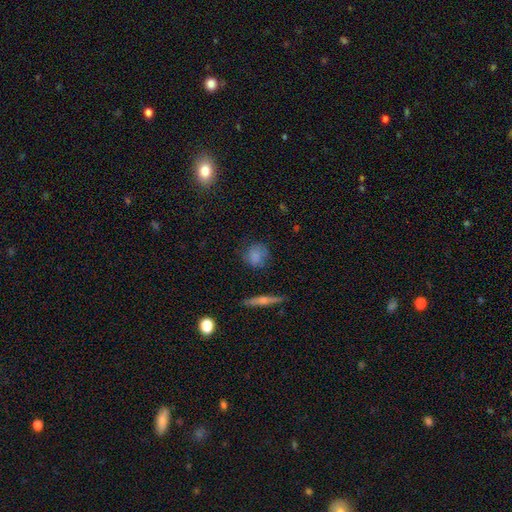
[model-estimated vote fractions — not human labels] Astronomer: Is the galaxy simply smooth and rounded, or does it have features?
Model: smooth — 76%.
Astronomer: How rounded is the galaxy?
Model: round — 72%.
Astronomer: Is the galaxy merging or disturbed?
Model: none — 69%.